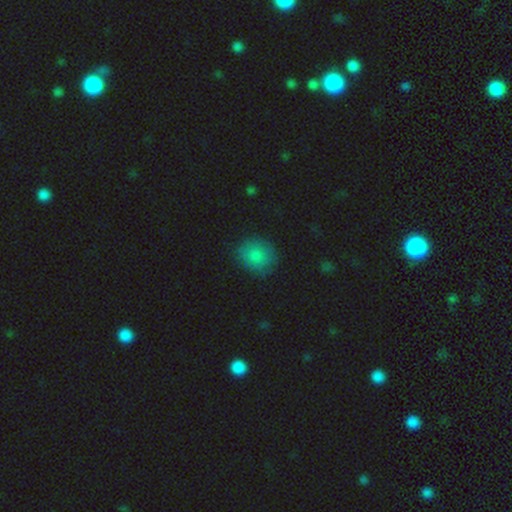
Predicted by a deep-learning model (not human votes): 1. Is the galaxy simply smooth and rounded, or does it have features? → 80% smooth, 11% star or artifact, 9% featured or disk.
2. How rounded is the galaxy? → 72% round, 27% in between, 1% cigar-shaped.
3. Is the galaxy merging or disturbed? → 80% none, 15% minor disturbance, 4% major disturbance, 1% merger.